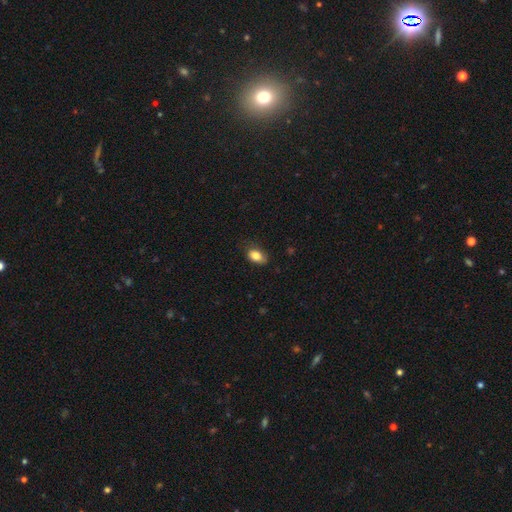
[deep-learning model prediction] This is clearly a smooth galaxy (84%). How rounded: clearly in between (87%). Merging: likely none (73%).